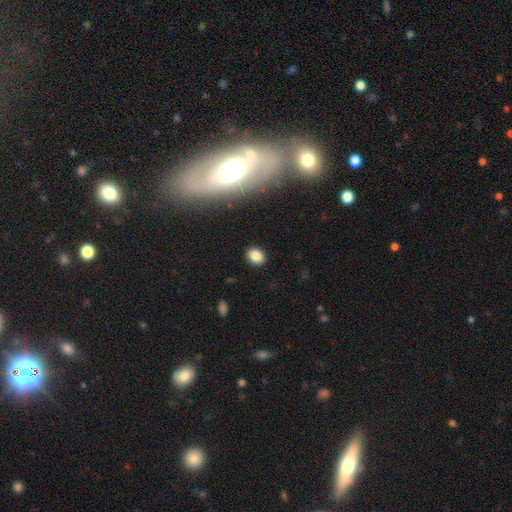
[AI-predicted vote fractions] A smooth galaxy with no disk features (85%) that is in between round and cigar-shaped (63%). Merging: none (89%).